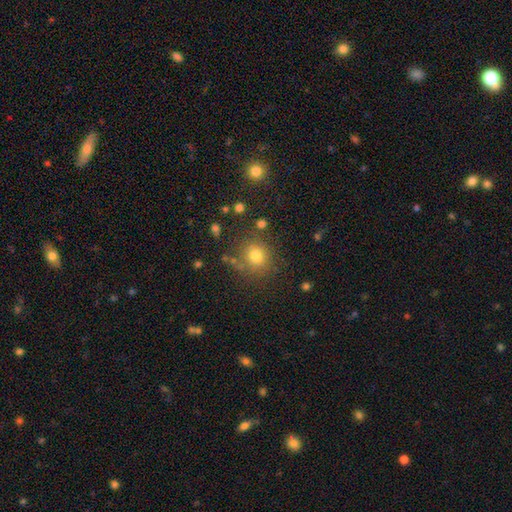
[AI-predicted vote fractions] Smooth or featured: smooth — 76% (star or artifact — 16%)
How rounded: round — 83% (in between — 16%)
Merging: none — 78% (minor disturbance — 12%)